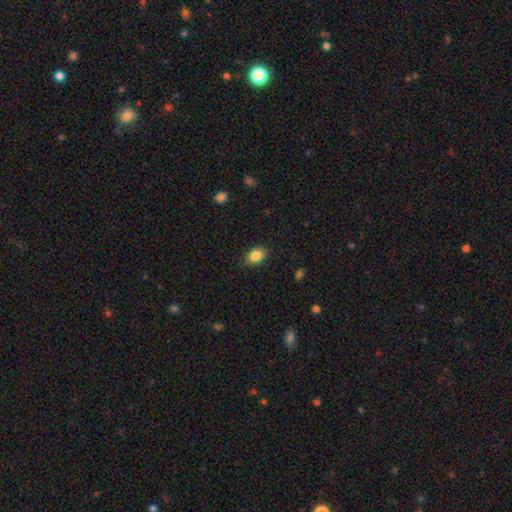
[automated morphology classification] This appears to be a smooth galaxy with no disk features (85%) that is in between round and cigar-shaped (73%). Merging: none (86%).